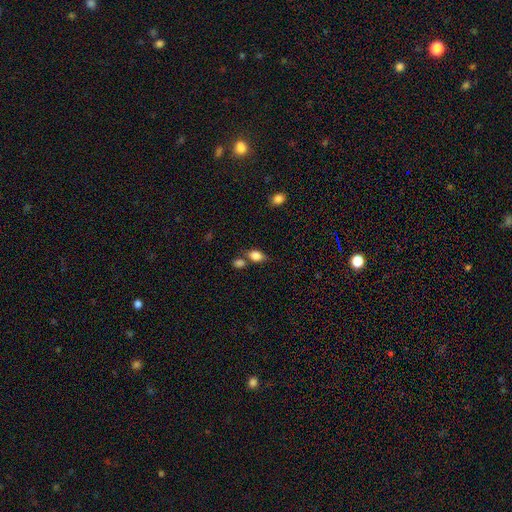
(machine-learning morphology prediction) smooth 82%, star or artifact 9%, featured or disk 9%. Down the decision tree: how rounded — in between (79%); merging — none (52%).